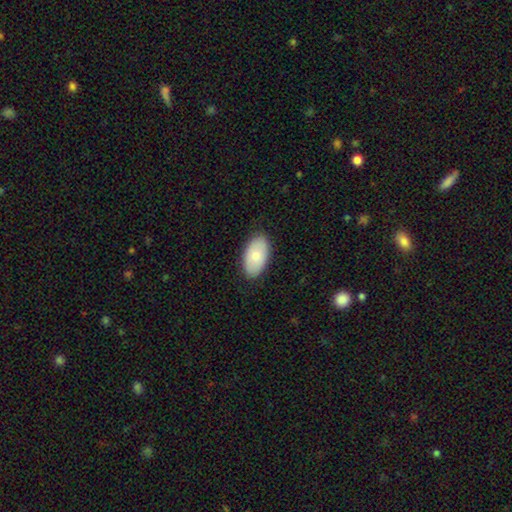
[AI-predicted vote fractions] A smooth galaxy with no disk features (75%) that is in between round and cigar-shaped (95%). Merging: none (86%).